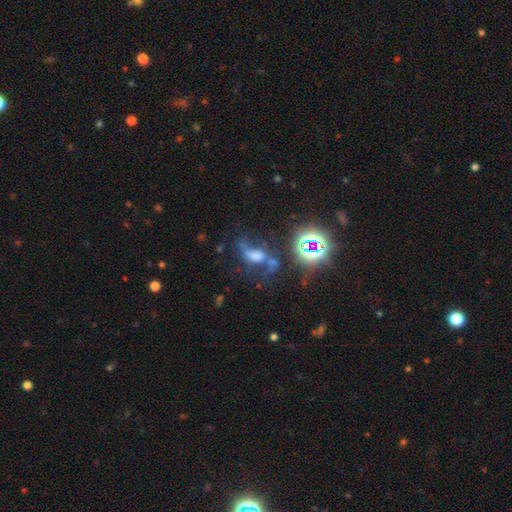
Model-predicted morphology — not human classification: Smooth or featured? Predicted: featured or disk (p=0.41). Merging? Predicted: none (p=0.42).